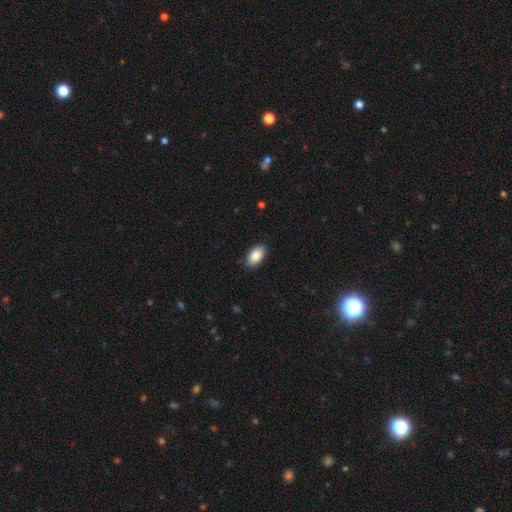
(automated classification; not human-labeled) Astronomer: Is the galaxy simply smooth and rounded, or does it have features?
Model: smooth — 88%.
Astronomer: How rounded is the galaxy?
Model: in between — 94%.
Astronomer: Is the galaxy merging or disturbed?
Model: none — 88%.